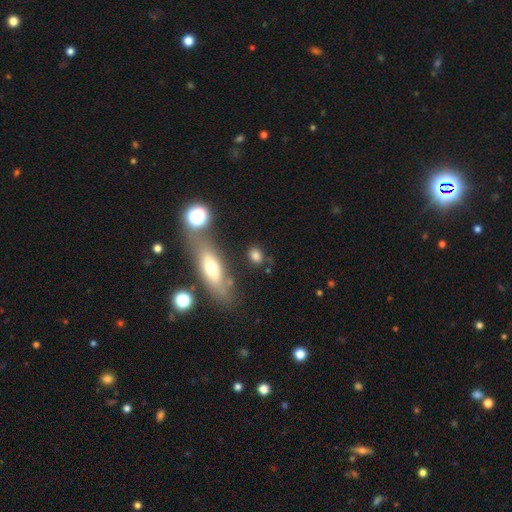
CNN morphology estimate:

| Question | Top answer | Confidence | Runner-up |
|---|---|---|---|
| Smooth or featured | smooth | 76% | star or artifact (12%) |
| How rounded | in between | 47% | round (46%) |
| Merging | none | 74% | minor disturbance (12%) |